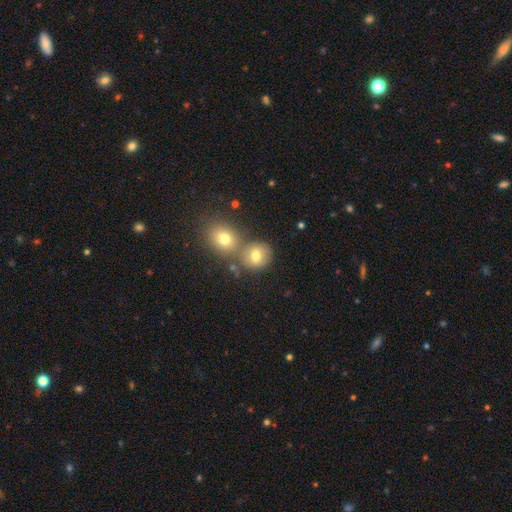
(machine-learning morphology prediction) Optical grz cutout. It shows a smooth galaxy with no disk features (74%) that is round (80%). Merging: none (54%).